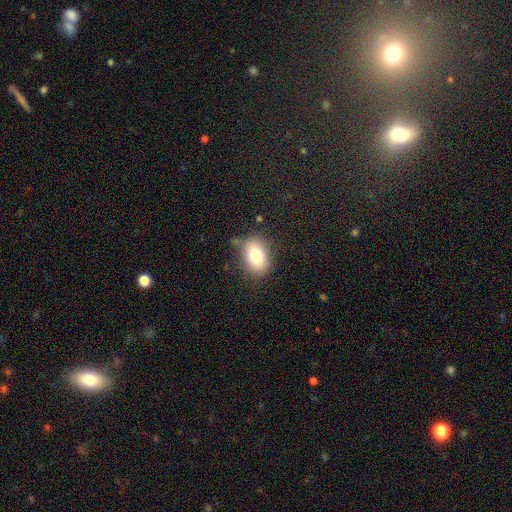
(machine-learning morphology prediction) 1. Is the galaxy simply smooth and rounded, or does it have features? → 80% smooth, 11% featured or disk, 9% star or artifact.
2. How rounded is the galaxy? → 79% in between, 20% round, 1% cigar-shaped.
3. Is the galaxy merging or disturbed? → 77% none, 16% minor disturbance, 5% major disturbance, 2% merger.